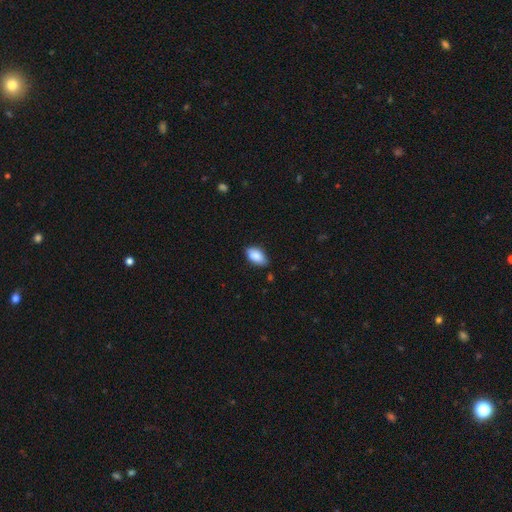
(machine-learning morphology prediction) A smooth galaxy with no disk features (88%) that is in between round and cigar-shaped (94%). Merging: none (78%).